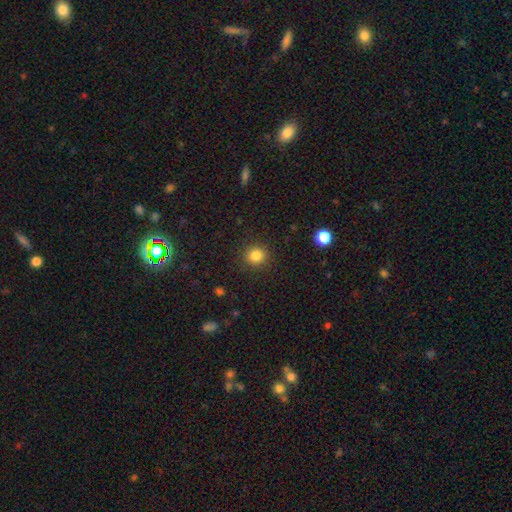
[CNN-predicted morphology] Smooth or featured? smooth (84%)
How rounded? round (89%)
Merging? none (90%)